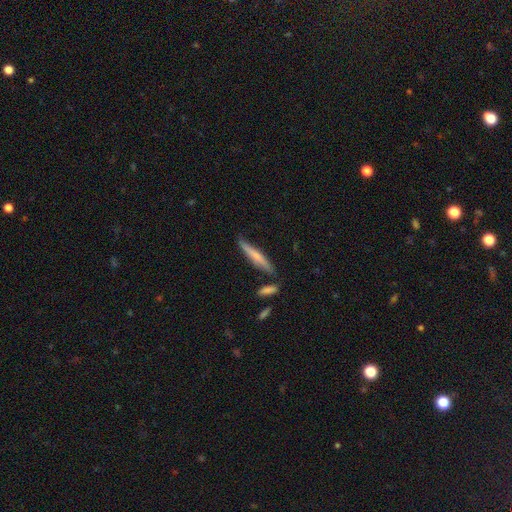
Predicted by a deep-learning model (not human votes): Q: Smooth or featured?
A: smooth (56%); runner-up: featured or disk (38%)
Q: How rounded?
A: cigar-shaped (92%); runner-up: in between (7%)
Q: Merging?
A: none (74%); runner-up: minor disturbance (16%)